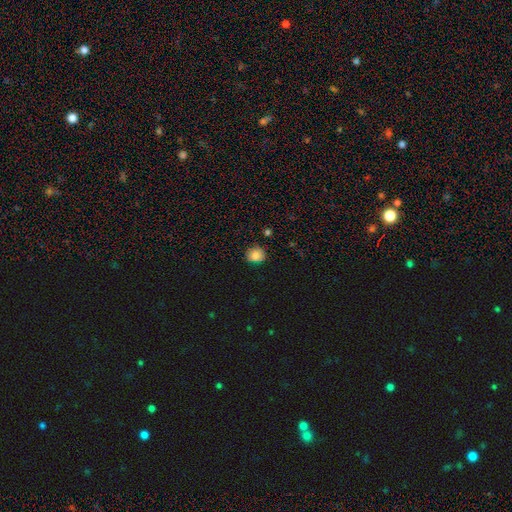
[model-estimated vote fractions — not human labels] This appears to be a smooth galaxy with no disk features (81%) that is round (80%). Merging: none (81%).